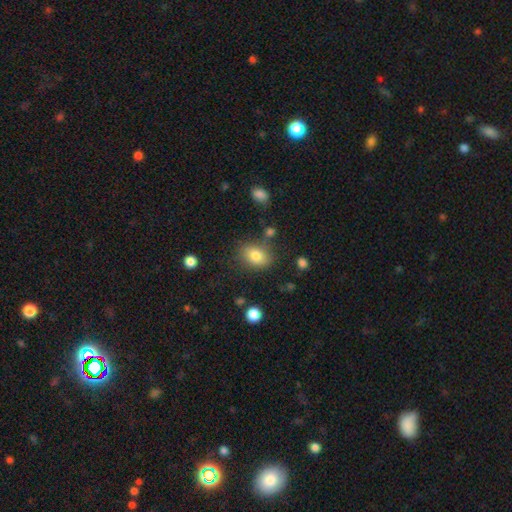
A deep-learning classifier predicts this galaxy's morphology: type=smooth (80%); roundness=in between (73%); merging=none (74%).